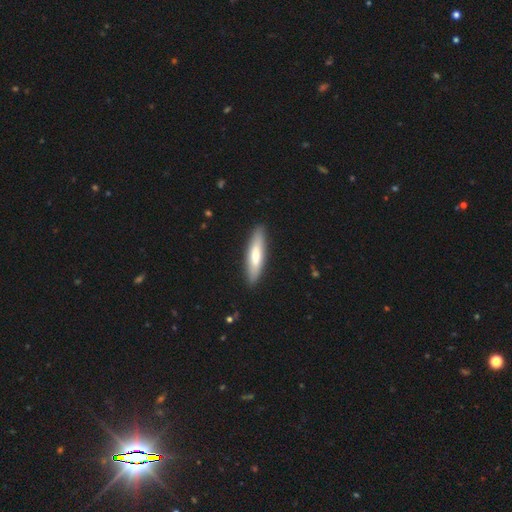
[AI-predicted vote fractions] This appears to be a smooth galaxy with no disk features (63%) that is cigar-shaped (76%). Merging: none (90%).